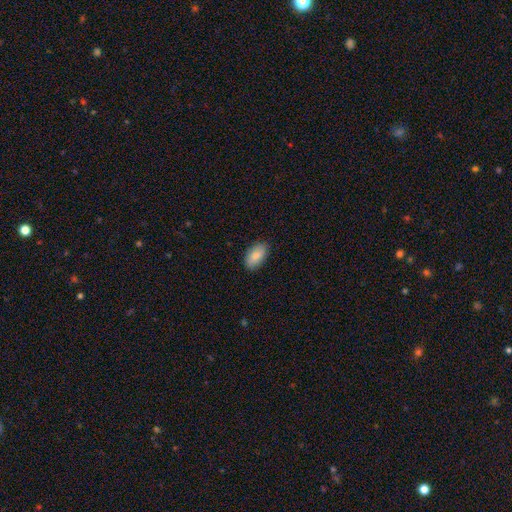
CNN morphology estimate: Overall: smooth (86%). How rounded: in between (94%). Merging: none (87%).